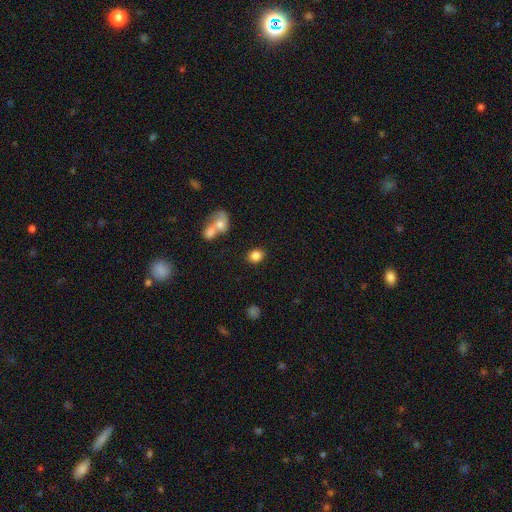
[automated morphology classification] Smooth or featured? Predicted: smooth (p=0.84). How rounded? Predicted: round (p=0.55). Merging? Predicted: none (p=0.81).